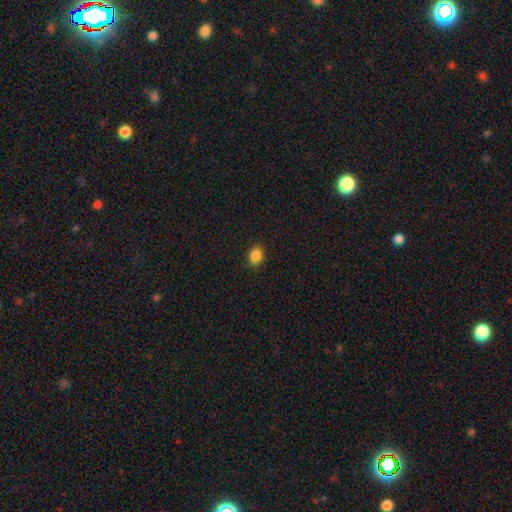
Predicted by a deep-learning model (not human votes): Smooth or featured? Predicted: smooth (p=0.87). How rounded? Predicted: in between (p=0.56). Merging? Predicted: none (p=0.88).